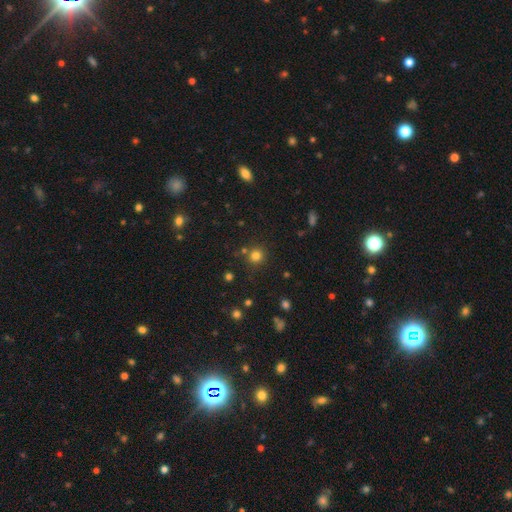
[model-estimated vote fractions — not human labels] smooth_or_featured: smooth (p=0.78) [alt: star or artifact p=0.17]
how_rounded: round (p=0.93) [alt: in between p=0.06]
merging: none (p=0.80) [alt: merger p=0.09]